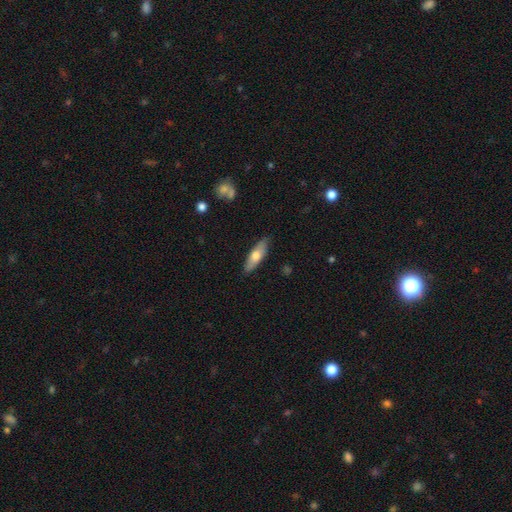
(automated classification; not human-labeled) smooth_or_featured: smooth (p=0.63) [alt: featured or disk p=0.31]
how_rounded: cigar-shaped (p=0.49) [alt: in between p=0.48]
merging: none (p=0.86) [alt: minor disturbance p=0.11]